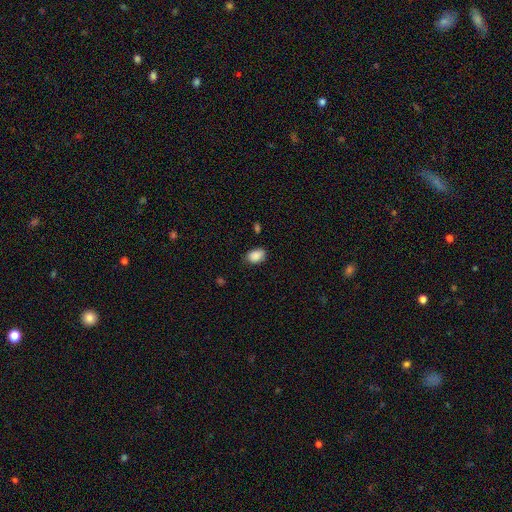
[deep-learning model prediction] smooth_or_featured: smooth (p=0.89) [alt: star or artifact p=0.08]
how_rounded: in between (p=0.82) [alt: round p=0.16]
merging: none (p=0.80) [alt: minor disturbance p=0.16]